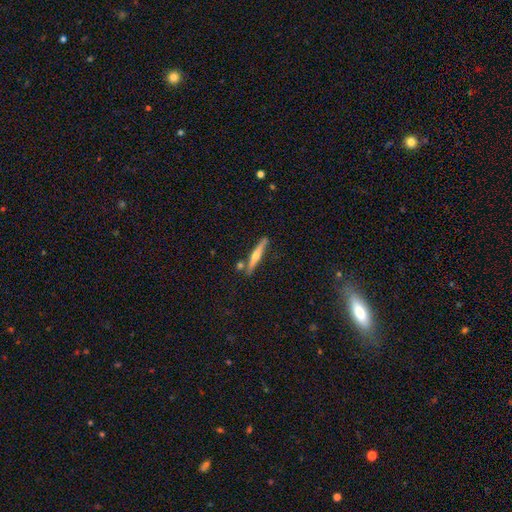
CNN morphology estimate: This is possibly a featured or disk galaxy (55%). It is clearly viewed edge-on (95%). Edge-on bulge: clearly rounded (83%). Merging: likely none (78%).